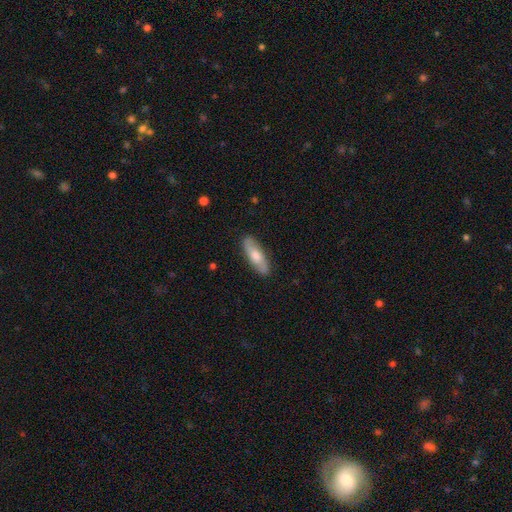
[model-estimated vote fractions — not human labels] Q: Smooth or featured?
A: smooth (60%); runner-up: featured or disk (35%)
Q: How rounded?
A: in between (53%); runner-up: cigar-shaped (45%)
Q: Merging?
A: none (85%); runner-up: minor disturbance (11%)